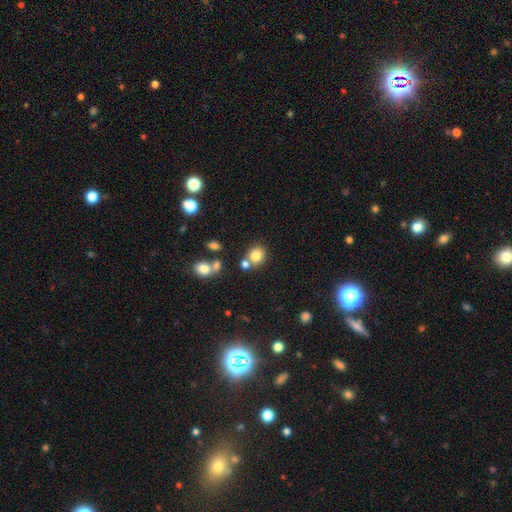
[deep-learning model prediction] Q: Smooth or featured?
A: smooth (79%); runner-up: star or artifact (12%)
Q: How rounded?
A: round (80%); runner-up: in between (20%)
Q: Merging?
A: none (65%); runner-up: merger (22%)